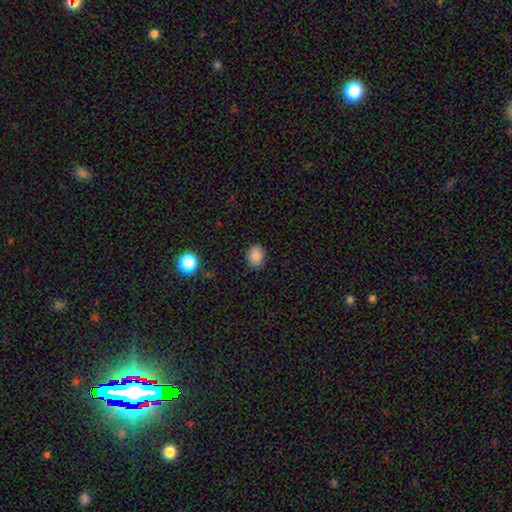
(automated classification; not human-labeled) smooth 86%, star or artifact 10%, featured or disk 4%. Down the decision tree: how rounded — in between (54%); merging — none (84%).